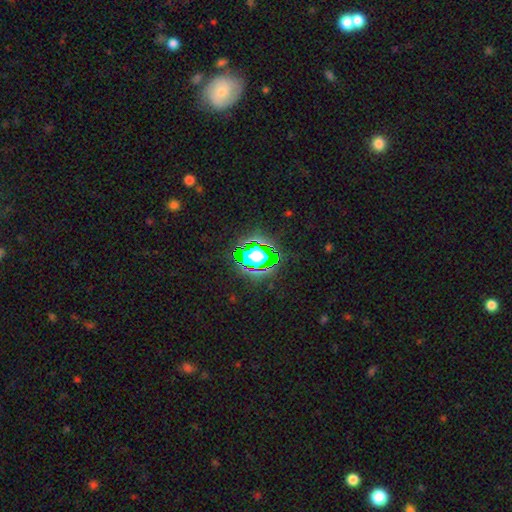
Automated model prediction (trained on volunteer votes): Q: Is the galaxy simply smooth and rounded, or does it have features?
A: star or artifact — 56%.